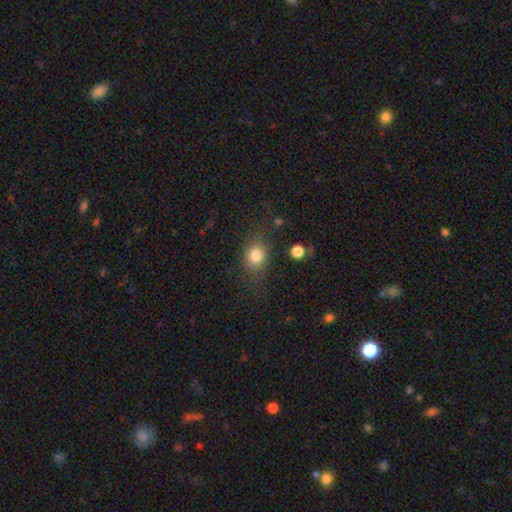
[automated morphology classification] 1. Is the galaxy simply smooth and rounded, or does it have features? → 80% smooth, 11% star or artifact, 9% featured or disk.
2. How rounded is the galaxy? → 56% round, 43% in between, 2% cigar-shaped.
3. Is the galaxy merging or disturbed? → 74% none, 16% minor disturbance, 8% major disturbance, 3% merger.